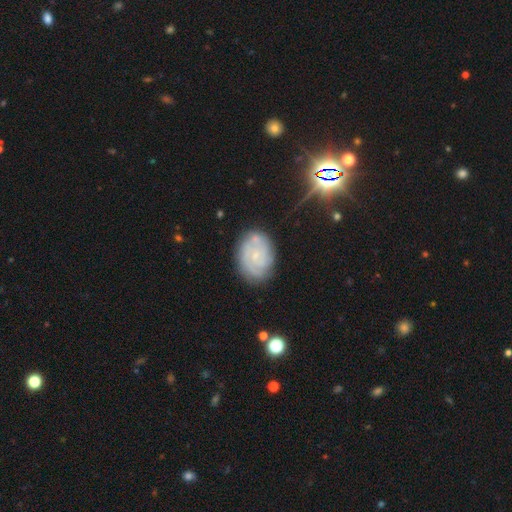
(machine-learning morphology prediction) The model was most divided on "spiral arm count" (2-way tie): can't tell: 32%, 2: 32%, 3: 19%, 4: 7%, 1: 5%, more than 4: 5%. More confident: edge-on disk — no (97%); spiral arms — yes (93%); bulge size — small (77%); smooth or featured — featured or disk (76%); merging — none (75%); bar — no (72%); spiral winding — tight (68%).